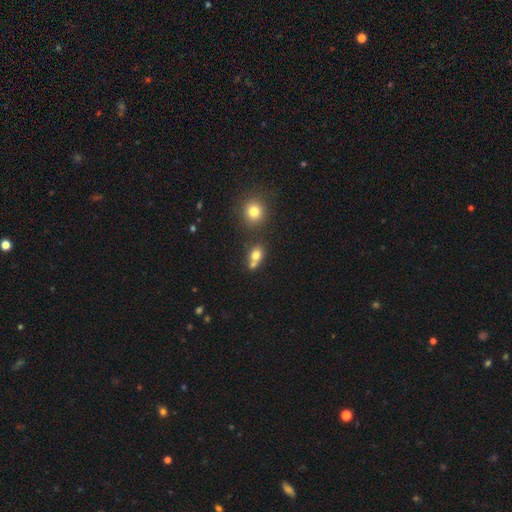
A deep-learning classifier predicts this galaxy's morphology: smooth-or-featured: smooth: 76% | star or artifact: 12% | featured or disk: 12%
  how-rounded: round: 50% | in between: 48% | cigar-shaped: 2%
  merging: none: 43% | merger: 42% | minor disturbance: 11% | major disturbance: 5%